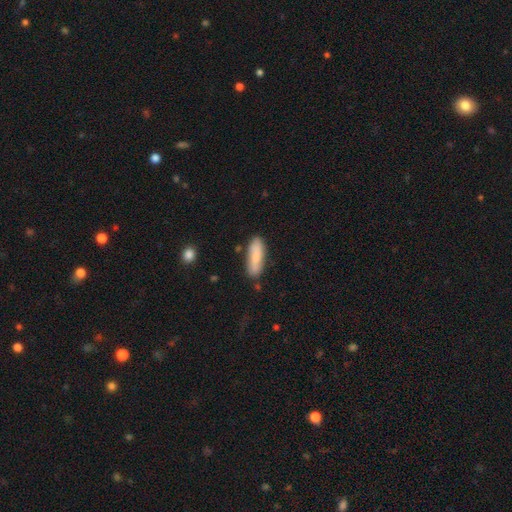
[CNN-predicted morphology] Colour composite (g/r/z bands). It shows a smooth galaxy with no disk features (82%) that is cigar-shaped (50%). Merging: none (80%).